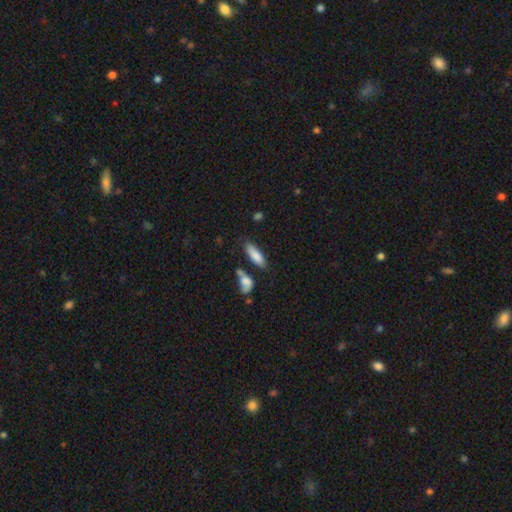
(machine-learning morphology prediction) smooth 82%, featured or disk 11%, star or artifact 7%. Down the decision tree: how rounded — in between (58%); merging — none (68%).